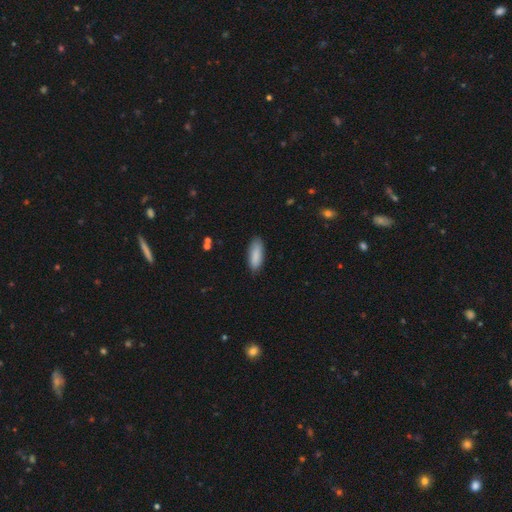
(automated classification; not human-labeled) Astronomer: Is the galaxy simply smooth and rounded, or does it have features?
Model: smooth — 88%.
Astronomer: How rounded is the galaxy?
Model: in between — 66%.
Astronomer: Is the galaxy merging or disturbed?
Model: none — 83%.